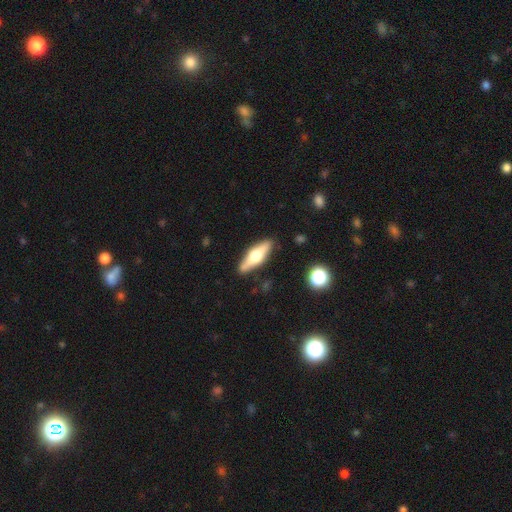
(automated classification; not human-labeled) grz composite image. It shows a featured or disk galaxy (56%) viewed edge-on (92%) with a rounded central bulge (93%). Merging: none (88%).